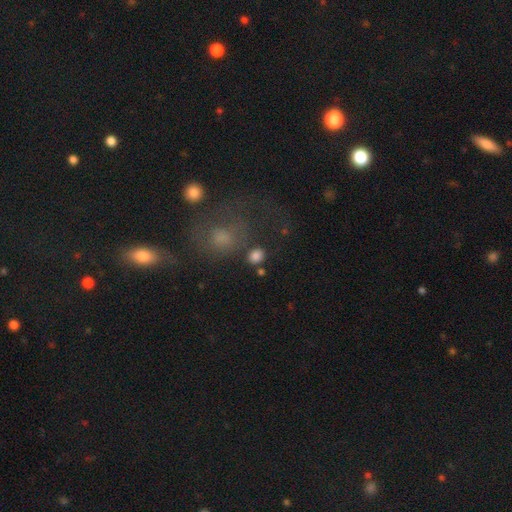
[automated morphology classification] The model was most divided on "how rounded": round: 67%, in between: 31%, cigar-shaped: 1%. More confident: smooth or featured — smooth (84%); merging — none (77%).